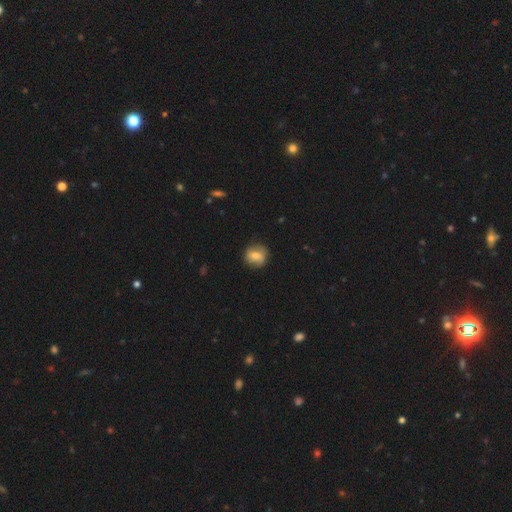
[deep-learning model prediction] This is likely a smooth galaxy (65%). How rounded: clearly round (81%). Merging: clearly none (81%).